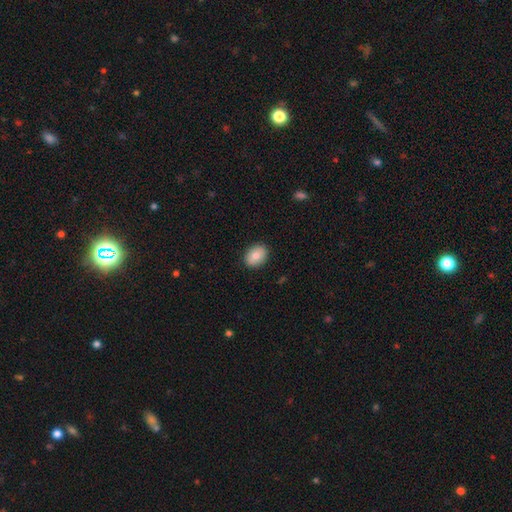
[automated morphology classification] Smooth or featured? Predicted: smooth (p=0.82). How rounded? Predicted: in between (p=0.67). Merging? Predicted: none (p=0.89).